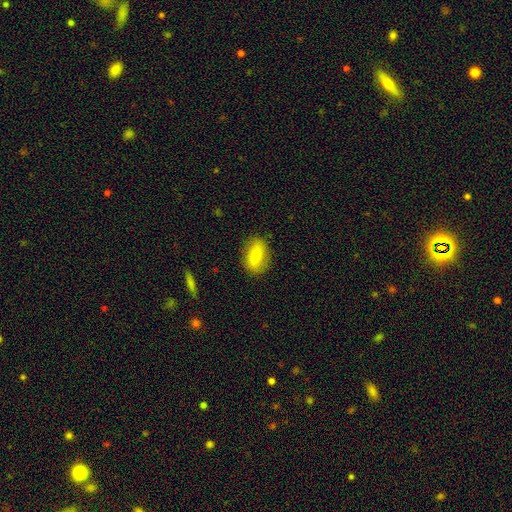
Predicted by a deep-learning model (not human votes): Morphology: type=smooth (69%); roundness=in between (81%); merging=none (84%).